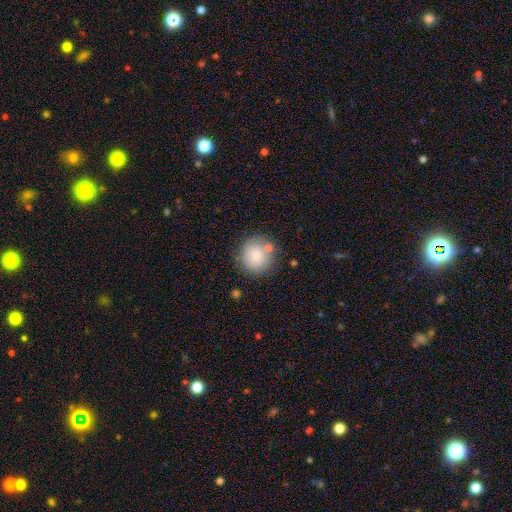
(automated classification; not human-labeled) smooth 81%, featured or disk 11%, star or artifact 8%. Down the decision tree: how rounded — round (89%); merging — none (75%).